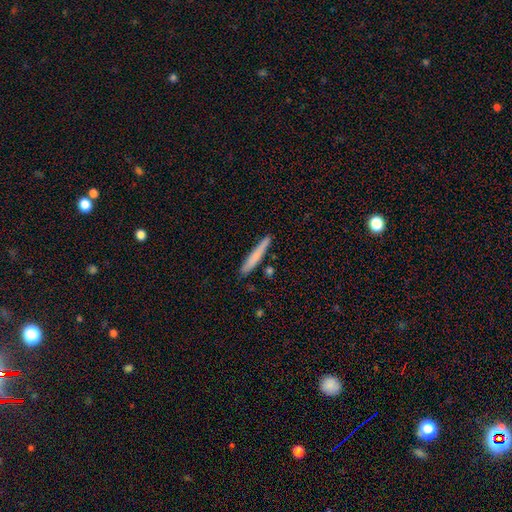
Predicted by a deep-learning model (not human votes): A smooth galaxy with no disk features (74%) that is cigar-shaped (96%).

Vote fractions:
- Smooth or featured? smooth: 74% / featured or disk: 19% / star or artifact: 6%
- How rounded? cigar-shaped: 96% / in between: 3% / round: 1%
- Merging? none: 85% / minor disturbance: 10% / merger: 3% / major disturbance: 2%